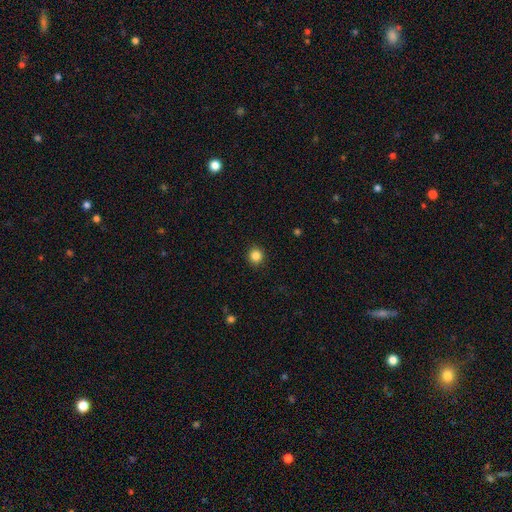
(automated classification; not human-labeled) A smooth galaxy with no disk features (85%) that is round (92%). Merging: none (92%).